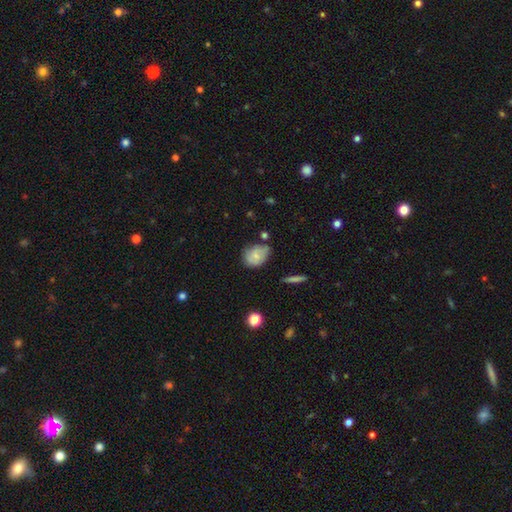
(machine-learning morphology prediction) smooth_or_featured: smooth (p=0.61) [alt: featured or disk p=0.31]
how_rounded: in between (p=0.65) [alt: round p=0.34]
merging: none (p=0.52) [alt: minor disturbance p=0.32]